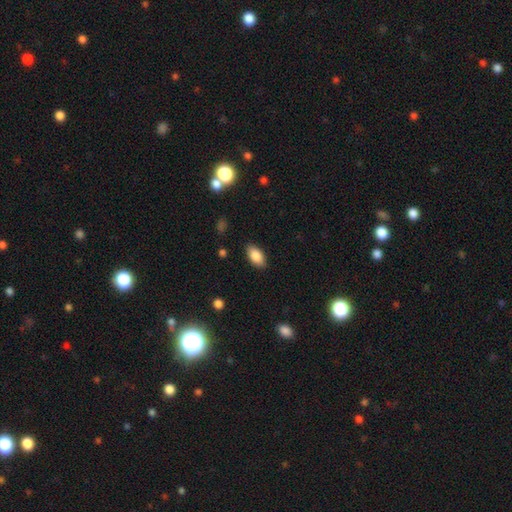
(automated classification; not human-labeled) smooth_or_featured: smooth (p=0.85) [alt: star or artifact p=0.08]
how_rounded: in between (p=0.93) [alt: round p=0.04]
merging: none (p=0.87) [alt: minor disturbance p=0.09]